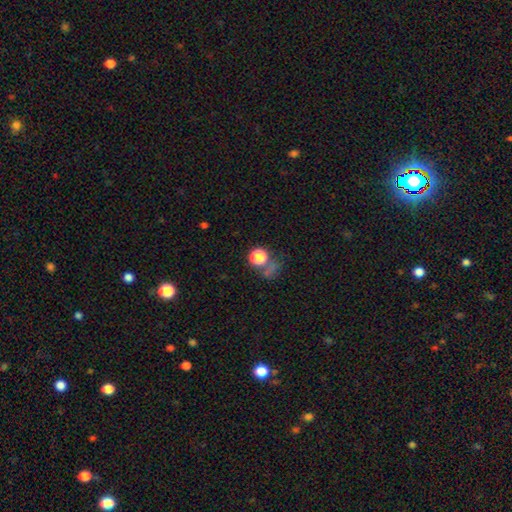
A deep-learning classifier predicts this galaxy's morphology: Smooth or featured: star or artifact — 52% (smooth — 37%)